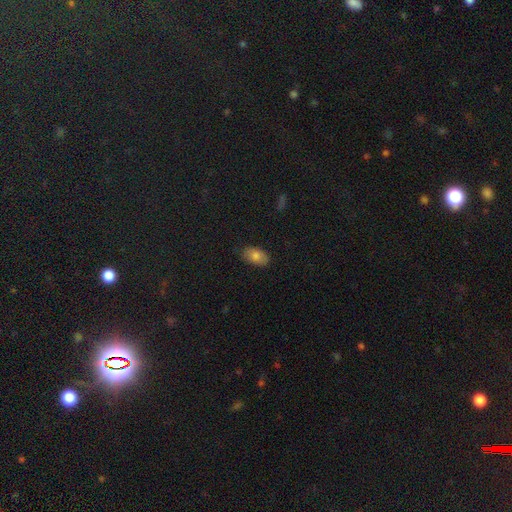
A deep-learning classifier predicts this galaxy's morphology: A smooth galaxy with no disk features (80%) that is in between round and cigar-shaped (92%).

Vote fractions:
- Smooth or featured? smooth: 80% / featured or disk: 12% / star or artifact: 8%
- How rounded? in between: 92% / round: 6% / cigar-shaped: 2%
- Merging? none: 81% / minor disturbance: 15% / major disturbance: 3% / merger: 1%